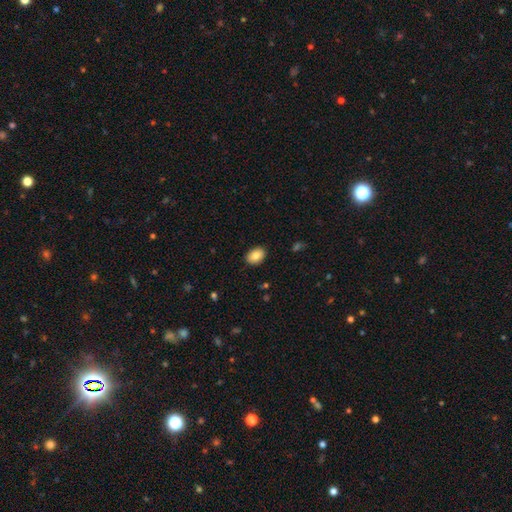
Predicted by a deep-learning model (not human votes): This is clearly a smooth galaxy (85%). How rounded: likely in between (78%). Merging: clearly none (89%).